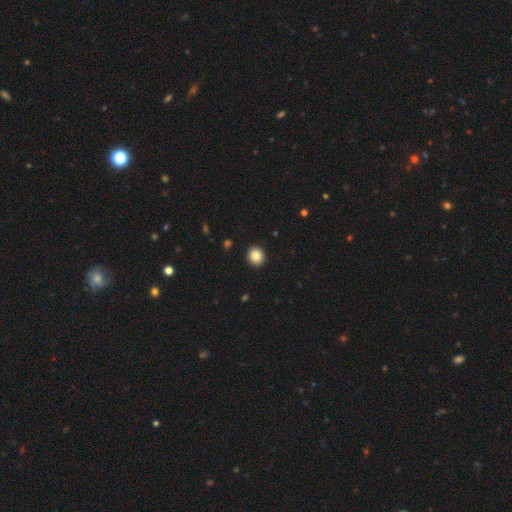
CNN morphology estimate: Overall: smooth (86%). How rounded: round (86%). Merging: none (93%).